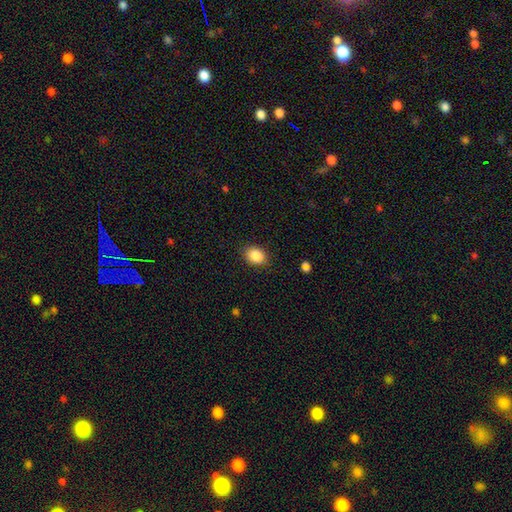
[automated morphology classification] Smooth or featured?
  - smooth: 88% *
  - star or artifact: 8%
  - featured or disk: 4%
How rounded?
  - in between: 65% *
  - round: 34%
  - cigar-shaped: 1%
Merging?
  - none: 84% *
  - minor disturbance: 11%
  - major disturbance: 3%
  - merger: 1%